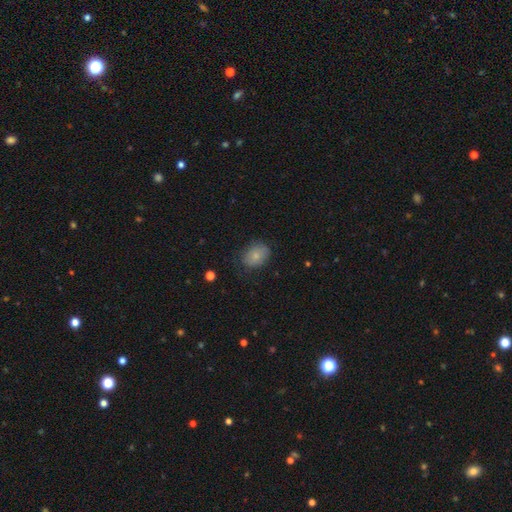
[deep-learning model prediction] Morphology: type=smooth (79%); roundness=in between (68%); merging=none (72%).